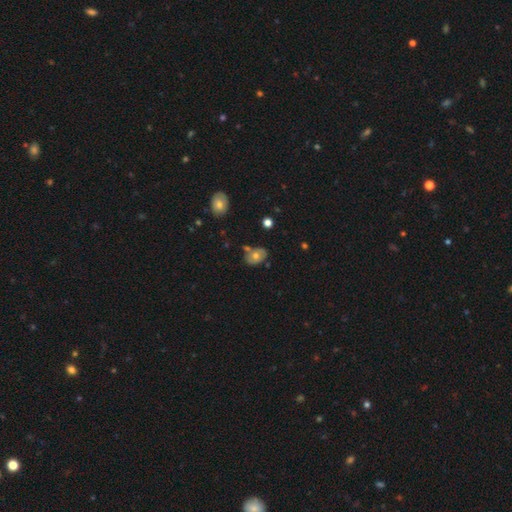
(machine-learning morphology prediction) A smooth galaxy with no disk features (62%) that is in between round and cigar-shaped (75%).

Vote fractions:
- Smooth or featured? smooth: 62% / featured or disk: 28% / star or artifact: 10%
- How rounded? in between: 75% / round: 23% / cigar-shaped: 1%
- Merging? none: 64% / minor disturbance: 22% / merger: 9% / major disturbance: 5%